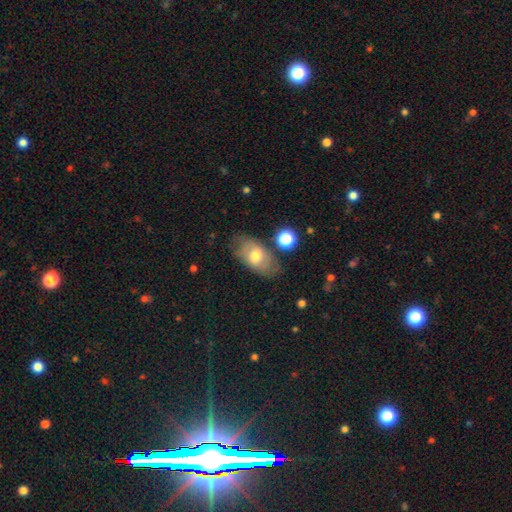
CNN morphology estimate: Smooth or featured?
  - smooth: 63% *
  - featured or disk: 29%
  - star or artifact: 8%
How rounded?
  - in between: 90% *
  - round: 8%
  - cigar-shaped: 3%
Merging?
  - none: 68% *
  - minor disturbance: 20%
  - major disturbance: 7%
  - merger: 6%